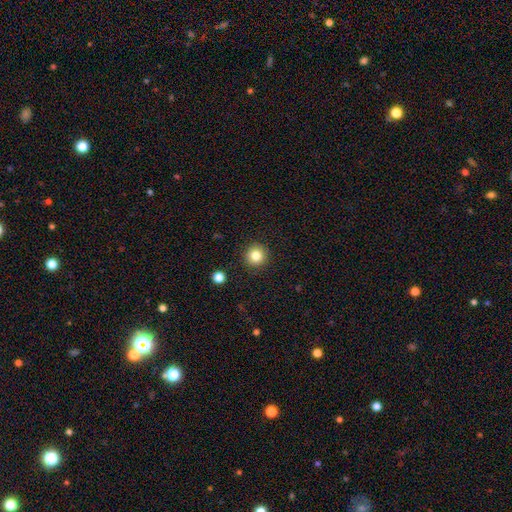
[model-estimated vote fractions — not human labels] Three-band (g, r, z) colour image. It shows a smooth galaxy with no disk features (82%) that is round (95%). Merging: none (92%).